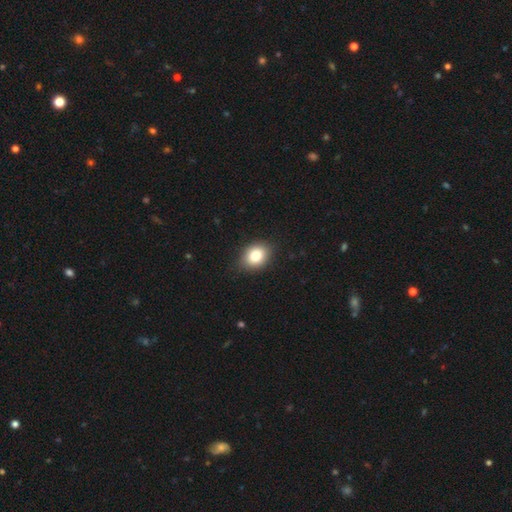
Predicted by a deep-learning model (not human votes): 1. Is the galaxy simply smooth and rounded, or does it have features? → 84% smooth, 9% star or artifact, 7% featured or disk.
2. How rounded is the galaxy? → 57% in between, 42% round, 1% cigar-shaped.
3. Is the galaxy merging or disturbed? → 86% none, 11% minor disturbance, 2% major disturbance, 1% merger.